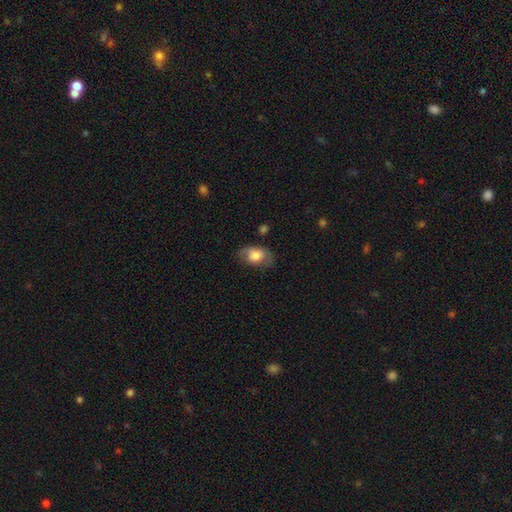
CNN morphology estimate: A smooth galaxy with no disk features (68%) that is in between round and cigar-shaped (86%).

Vote fractions:
- Smooth or featured? smooth: 68% / featured or disk: 25% / star or artifact: 7%
- How rounded? in between: 86% / round: 13% / cigar-shaped: 1%
- Merging? none: 67% / minor disturbance: 23% / major disturbance: 8% / merger: 2%